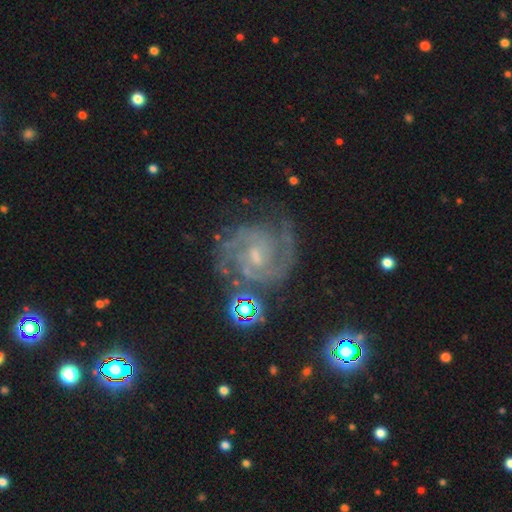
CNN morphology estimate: featured or disk 88%, star or artifact 8%, smooth 4%. Down the decision tree: edge-on disk — no (98%); bar — no (47%); spiral arms — yes (98%); spiral arm count — 2 (61%); spiral winding — tight (62%); bulge size — small (70%); merging — none (75%).